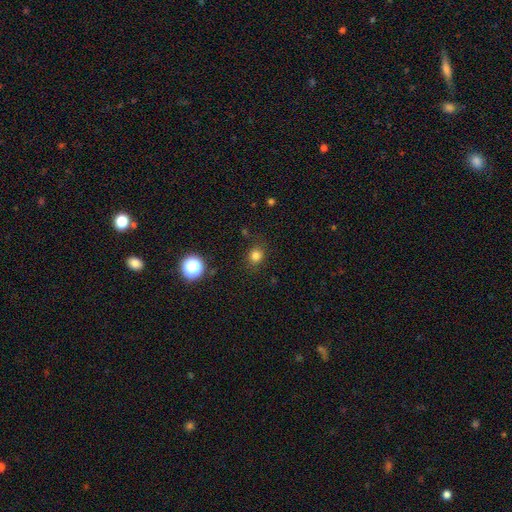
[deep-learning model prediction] The model was most divided on "how rounded": round: 77%, in between: 22%, cigar-shaped: 1%. More confident: merging — none (84%); smooth or featured — smooth (80%).